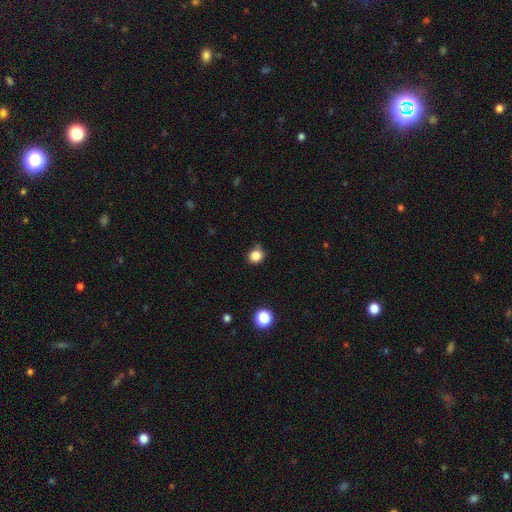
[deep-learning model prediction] Overall: smooth (84%). How rounded: round (81%). Merging: none (77%).